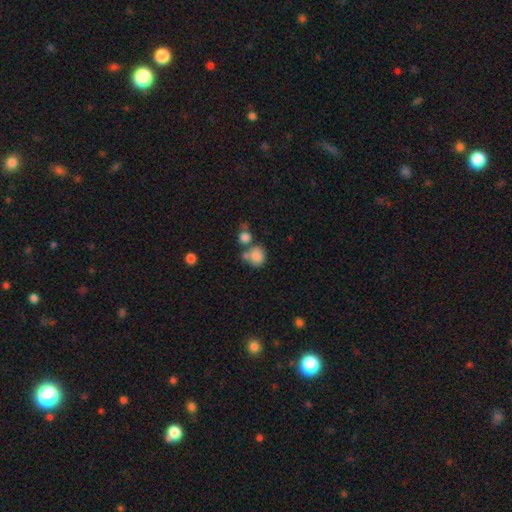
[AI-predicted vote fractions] This is clearly a smooth galaxy (81%). How rounded: clearly round (82%). Merging: possibly none (49%).